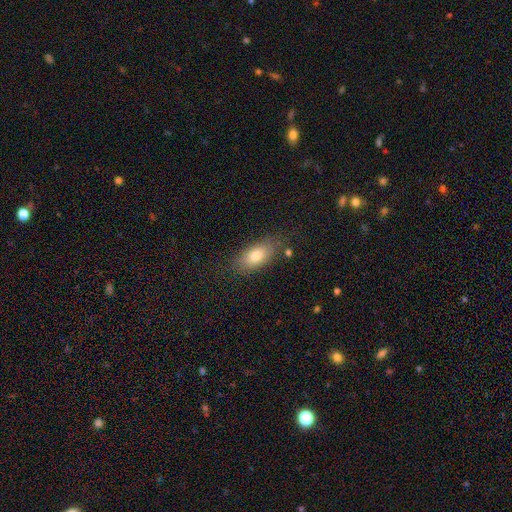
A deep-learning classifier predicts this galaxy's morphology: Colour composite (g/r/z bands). It shows a smooth galaxy with no disk features (79%) that is in between round and cigar-shaped (86%). Merging: none (76%).